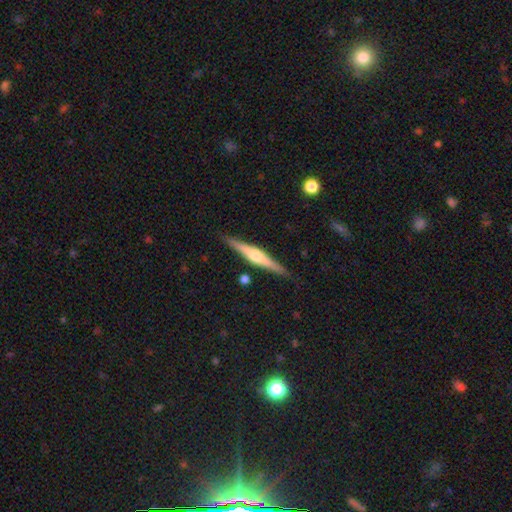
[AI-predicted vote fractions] This appears to be a featured or disk galaxy (73%) viewed edge-on (98%) with a rounded central bulge (86%). Merging: none (89%).